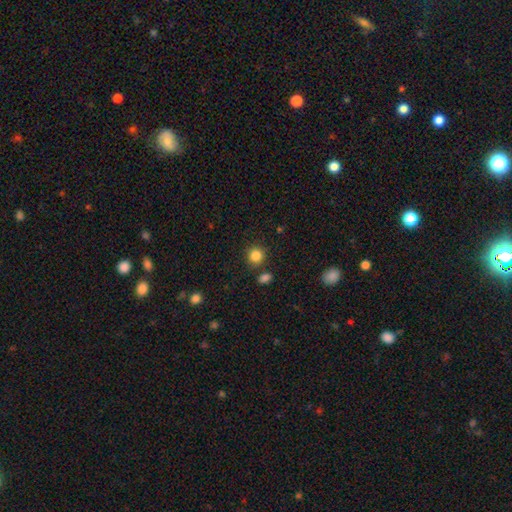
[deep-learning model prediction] Smooth or featured?
  - smooth: 85% *
  - star or artifact: 11%
  - featured or disk: 4%
How rounded?
  - round: 90% *
  - in between: 9%
  - cigar-shaped: 1%
Merging?
  - none: 84% *
  - minor disturbance: 8%
  - merger: 6%
  - major disturbance: 3%